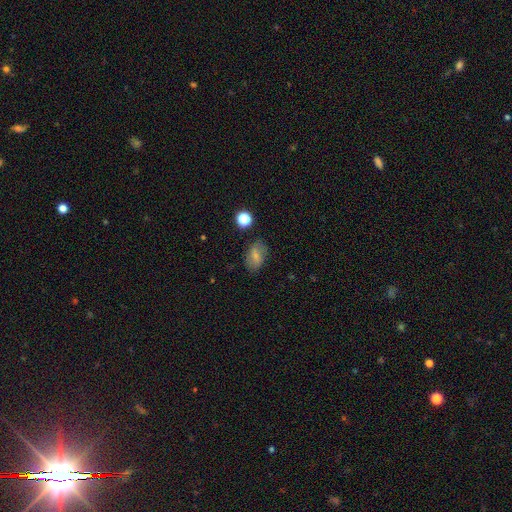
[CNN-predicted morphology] smooth 67%, featured or disk 22%, star or artifact 11%. Down the decision tree: how rounded — in between (86%); merging — none (79%).